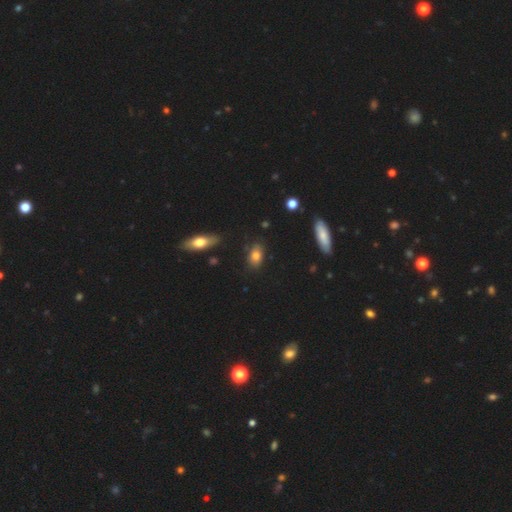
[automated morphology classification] Smooth or featured? Predicted: smooth (p=0.79). How rounded? Predicted: in between (p=0.85). Merging? Predicted: none (p=0.79).